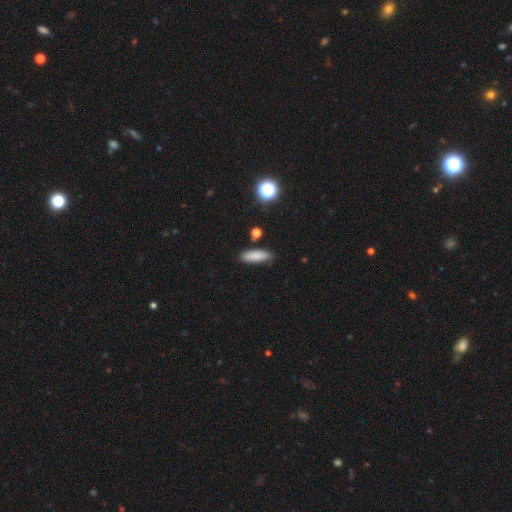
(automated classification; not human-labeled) This appears to be a smooth galaxy with no disk features (84%) that is cigar-shaped (49%). Merging: none (83%).